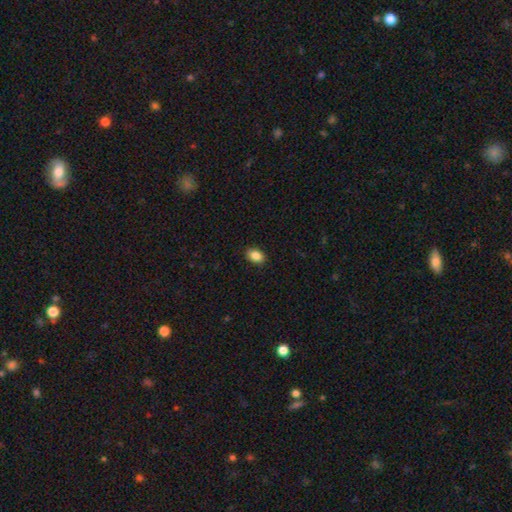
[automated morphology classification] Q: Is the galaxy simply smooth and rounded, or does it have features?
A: smooth — 87%.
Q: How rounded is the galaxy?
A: in between — 84%.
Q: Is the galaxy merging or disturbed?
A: none — 89%.